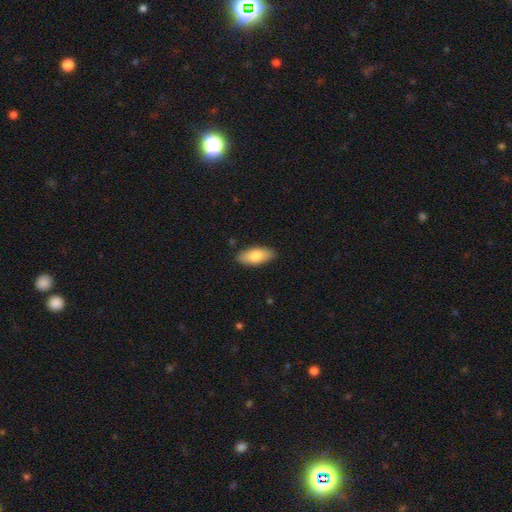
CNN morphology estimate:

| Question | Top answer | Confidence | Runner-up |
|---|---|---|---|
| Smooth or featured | smooth | 78% | featured or disk (16%) |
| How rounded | in between | 87% | cigar-shaped (11%) |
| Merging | none | 88% | minor disturbance (9%) |